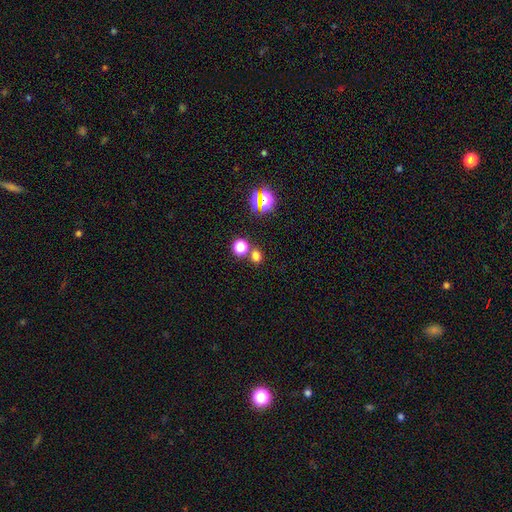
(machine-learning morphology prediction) The model was most divided on "smooth or featured": smooth: 66%, star or artifact: 28%, featured or disk: 6%. More confident: how rounded — round (74%); merging — none (72%).